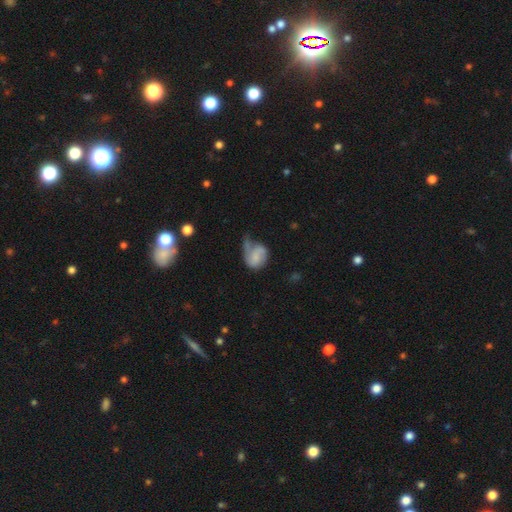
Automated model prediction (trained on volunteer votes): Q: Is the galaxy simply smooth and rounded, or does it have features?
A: featured or disk — 52%.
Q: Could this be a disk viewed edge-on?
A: no — 97%.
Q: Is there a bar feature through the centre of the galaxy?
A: no — 56%.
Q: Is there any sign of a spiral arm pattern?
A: yes — 81%.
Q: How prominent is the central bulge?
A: none — 47%.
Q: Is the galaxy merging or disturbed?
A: major disturbance — 37%.